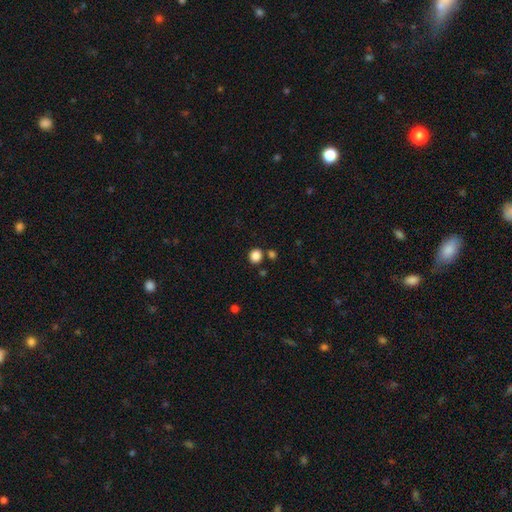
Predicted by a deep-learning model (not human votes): Smooth or featured: smooth — 86% (star or artifact — 11%)
How rounded: round — 79% (in between — 20%)
Merging: none — 81% (merger — 8%)